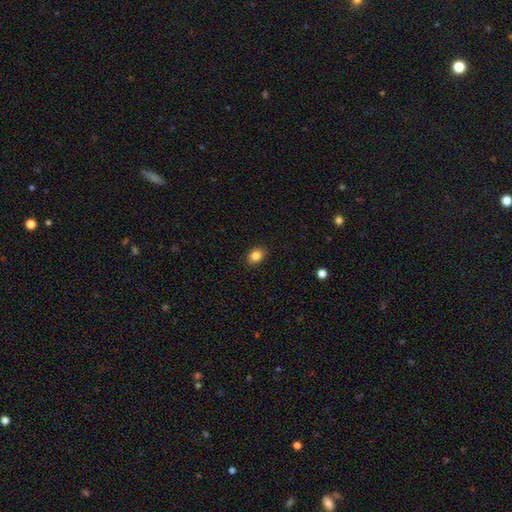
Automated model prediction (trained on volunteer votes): This is clearly a smooth galaxy (85%). How rounded: possibly in between (55%). Merging: clearly none (90%).